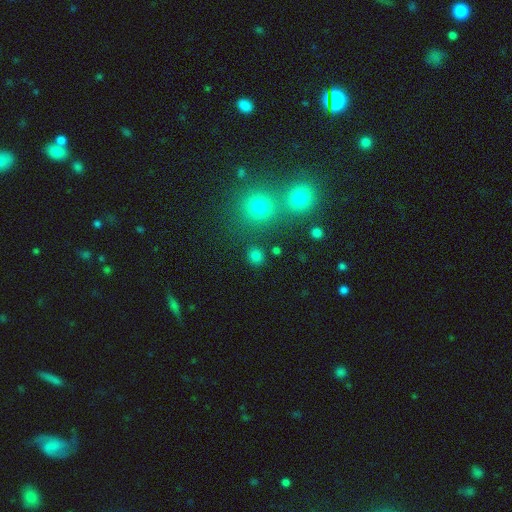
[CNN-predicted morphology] smooth 79%, star or artifact 17%, featured or disk 4%. Down the decision tree: how rounded — round (85%); merging — none (85%).